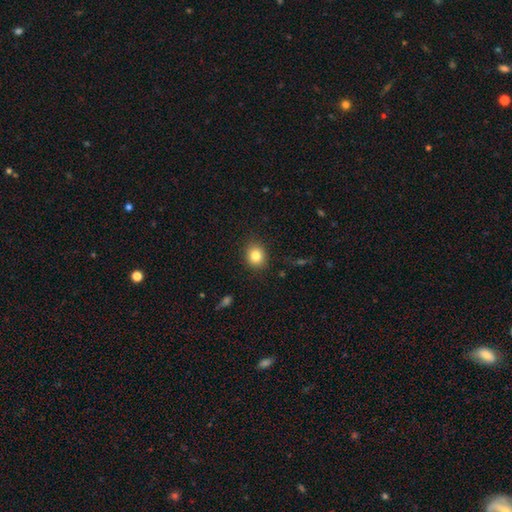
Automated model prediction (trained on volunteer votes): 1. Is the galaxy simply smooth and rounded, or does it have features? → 82% smooth, 10% star or artifact, 7% featured or disk.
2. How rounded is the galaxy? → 68% round, 31% in between, 1% cigar-shaped.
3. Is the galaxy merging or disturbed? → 89% none, 8% minor disturbance, 2% major disturbance, 1% merger.